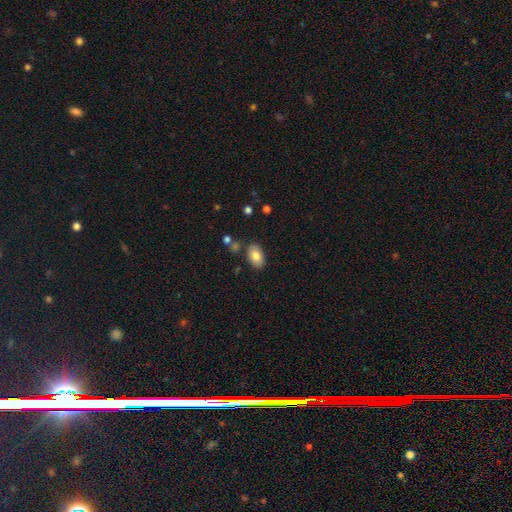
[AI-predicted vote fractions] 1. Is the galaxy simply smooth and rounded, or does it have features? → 81% smooth, 12% featured or disk, 8% star or artifact.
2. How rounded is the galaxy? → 91% in between, 8% round, 1% cigar-shaped.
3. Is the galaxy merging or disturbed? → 81% none, 12% minor disturbance, 4% merger, 3% major disturbance.